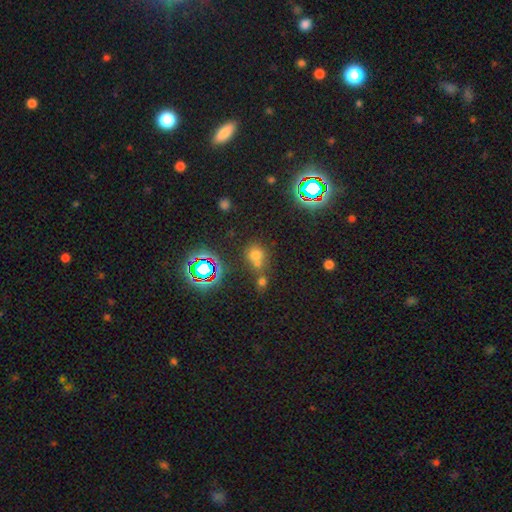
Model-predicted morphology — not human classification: smooth-or-featured: smooth: 54% | star or artifact: 37% | featured or disk: 9%
  how-rounded: round: 78% | in between: 20% | cigar-shaped: 2%
  merging: none: 53% | merger: 33% | minor disturbance: 9% | major disturbance: 5%